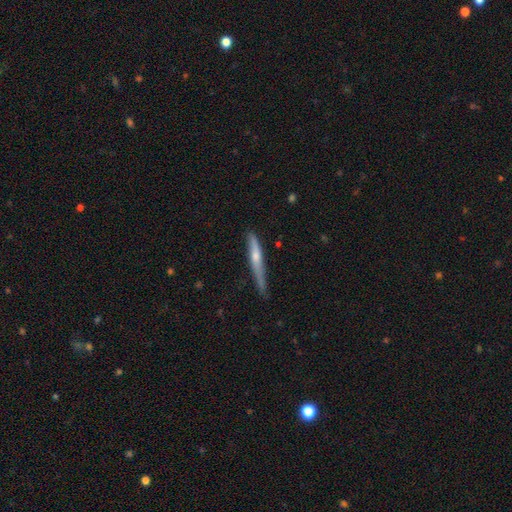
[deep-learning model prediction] Overall: featured or disk (51%; smooth 43%). Edge-on disk: yes (93%). Merging: none (66%; minor disturbance 27%).